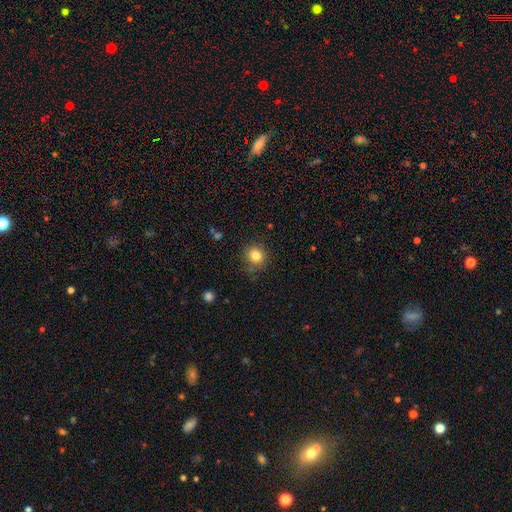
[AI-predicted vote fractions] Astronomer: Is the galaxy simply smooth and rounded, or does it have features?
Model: smooth — 81%.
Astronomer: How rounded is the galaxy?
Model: round — 89%.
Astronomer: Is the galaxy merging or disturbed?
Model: none — 86%.